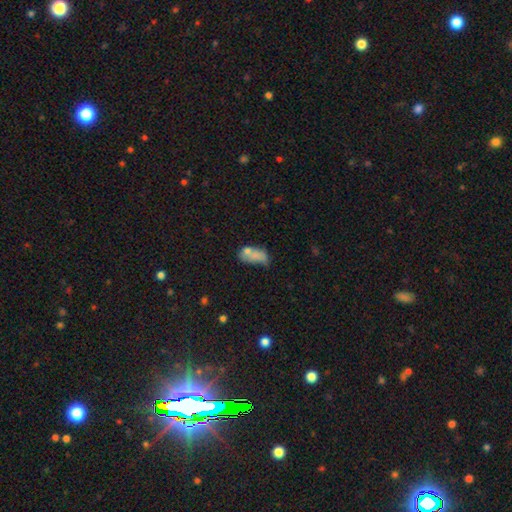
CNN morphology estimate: smooth-or-featured: smooth: 67% | featured or disk: 22% | star or artifact: 11%
  how-rounded: in between: 86% | round: 9% | cigar-shaped: 5%
  merging: merger: 35% | none: 27% | minor disturbance: 21% | major disturbance: 17%